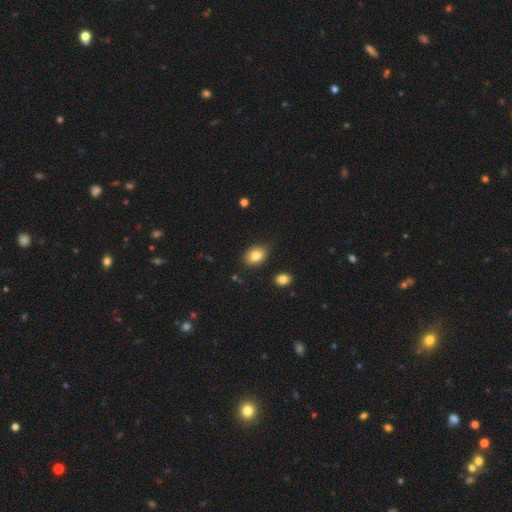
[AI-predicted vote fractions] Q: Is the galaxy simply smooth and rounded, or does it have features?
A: smooth — 82%.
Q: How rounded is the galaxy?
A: in between — 79%.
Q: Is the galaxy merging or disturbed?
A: none — 82%.